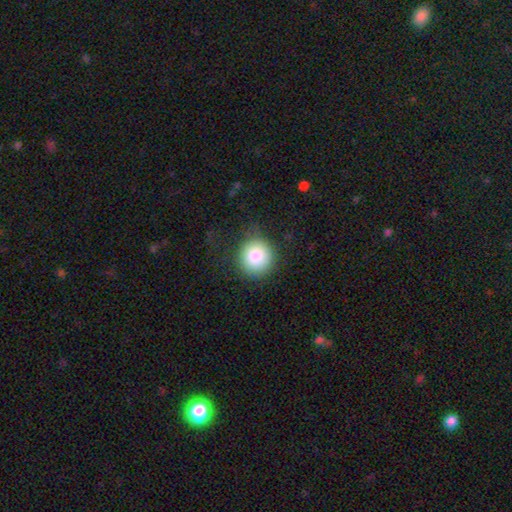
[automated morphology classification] smooth_or_featured: smooth (p=0.82) [alt: star or artifact p=0.09]
how_rounded: round (p=0.91) [alt: in between p=0.08]
merging: none (p=0.79) [alt: minor disturbance p=0.14]